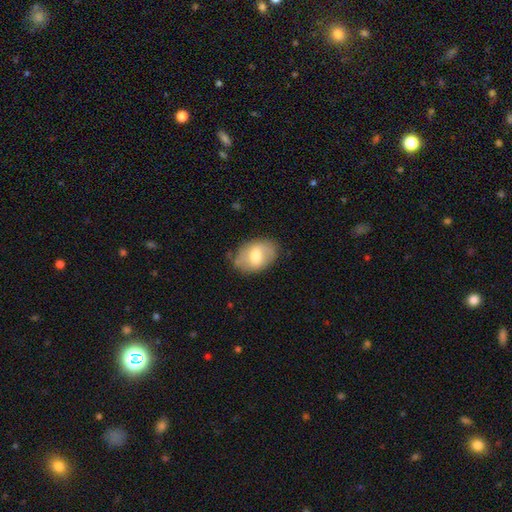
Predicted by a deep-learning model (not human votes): A smooth galaxy with no disk features (63%) that is in between round and cigar-shaped (85%). Merging: none (76%).